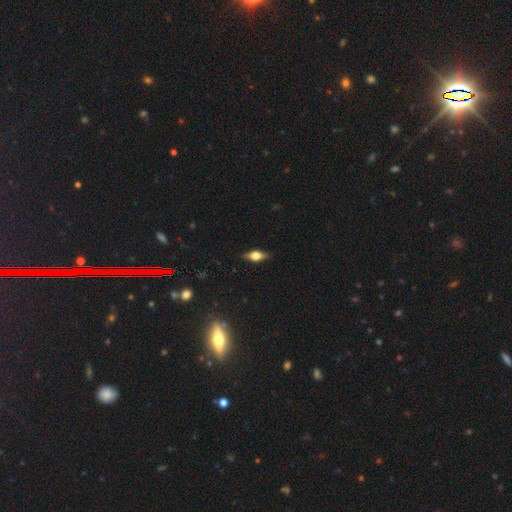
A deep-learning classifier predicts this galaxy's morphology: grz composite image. It shows a featured or disk galaxy (47%). Merging: none (86%).